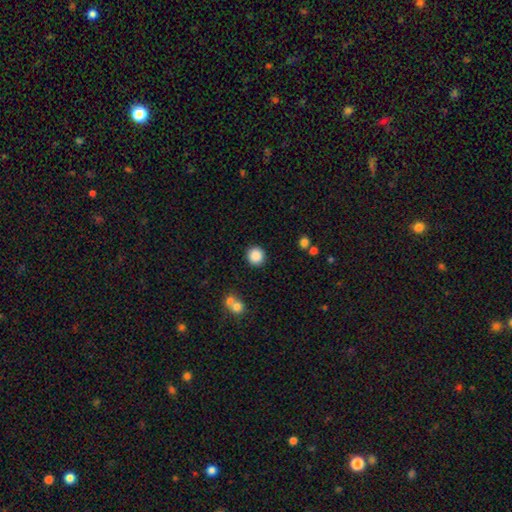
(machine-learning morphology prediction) Smooth or featured? smooth (87%)
How rounded? round (93%)
Merging? none (89%)